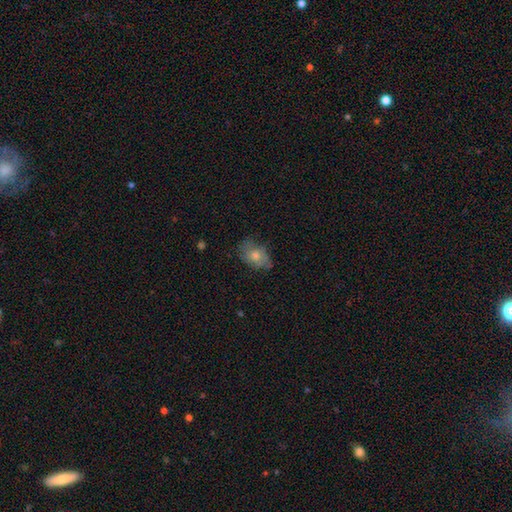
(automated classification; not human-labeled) smooth-or-featured: smooth: 68% | featured or disk: 24% | star or artifact: 8%
  how-rounded: in between: 79% | round: 20% | cigar-shaped: 1%
  merging: none: 60% | minor disturbance: 29% | major disturbance: 10% | merger: 2%